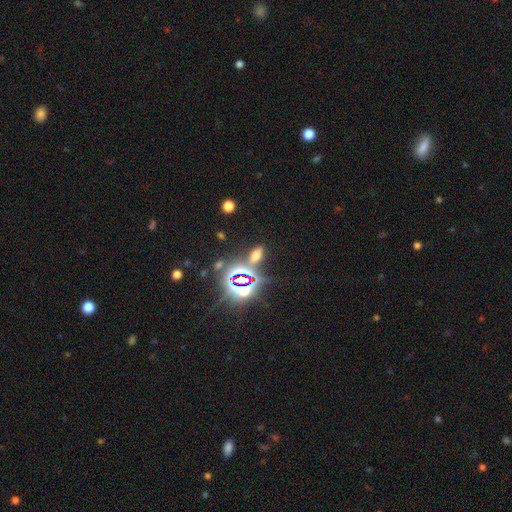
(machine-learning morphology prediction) Smooth or featured?
  - smooth: 50% *
  - star or artifact: 41%
  - featured or disk: 9%
Merging?
  - none: 77% *
  - minor disturbance: 10%
  - merger: 9%
  - major disturbance: 5%